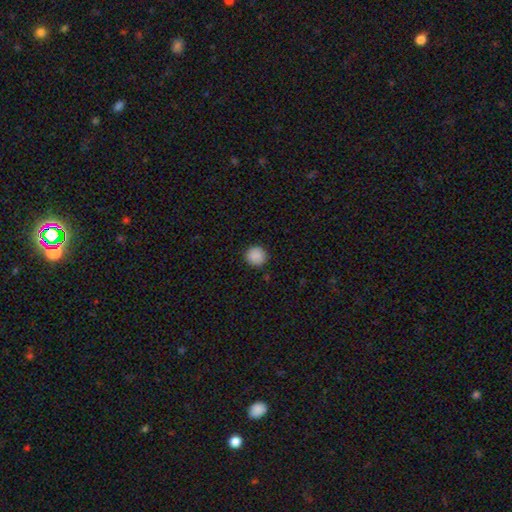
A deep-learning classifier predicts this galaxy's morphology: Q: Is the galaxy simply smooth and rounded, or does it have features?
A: smooth — 89%.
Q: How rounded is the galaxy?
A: round — 94%.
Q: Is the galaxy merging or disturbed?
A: none — 90%.